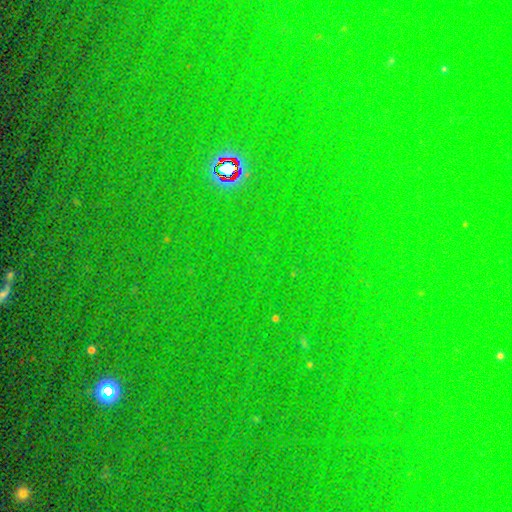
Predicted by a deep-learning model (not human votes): Smooth or featured? Predicted: star or artifact (p=0.82).